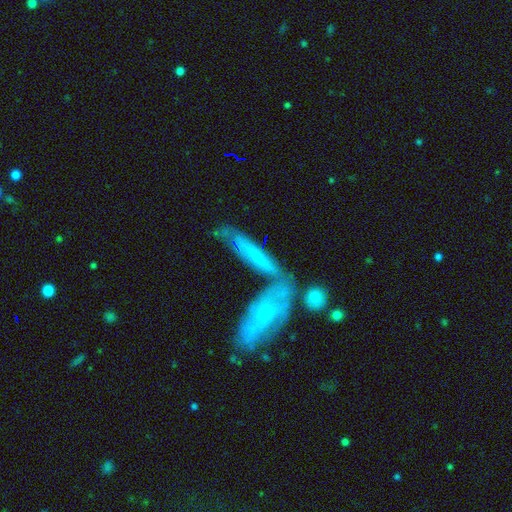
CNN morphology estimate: Smooth or featured? featured or disk (54%)
Edge-on disk? yes (50%, tied with no)
Merging? none (40%)